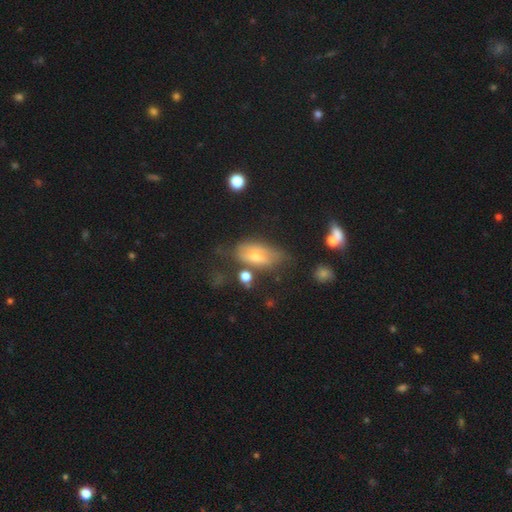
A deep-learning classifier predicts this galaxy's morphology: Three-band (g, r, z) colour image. It shows a smooth galaxy with no disk features (53%) that is in between round and cigar-shaped (85%). Merging: none (44%).